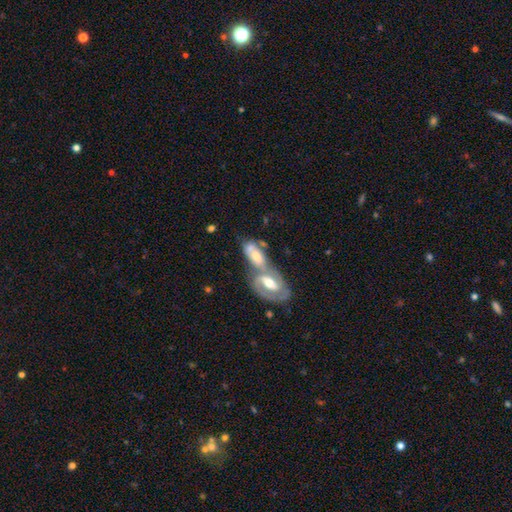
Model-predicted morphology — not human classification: smooth_or_featured: featured or disk (p=0.61) [alt: smooth p=0.33]
disk_edge_on: no (p=0.90) [alt: yes p=0.10]
bar: no (p=0.40) [alt: weak p=0.37]
has_spiral_arms: yes (p=0.71) [alt: no p=0.29]
bulge_size: moderate (p=0.65) [alt: small p=0.22]
merging: merger (p=0.72) [alt: none p=0.15]